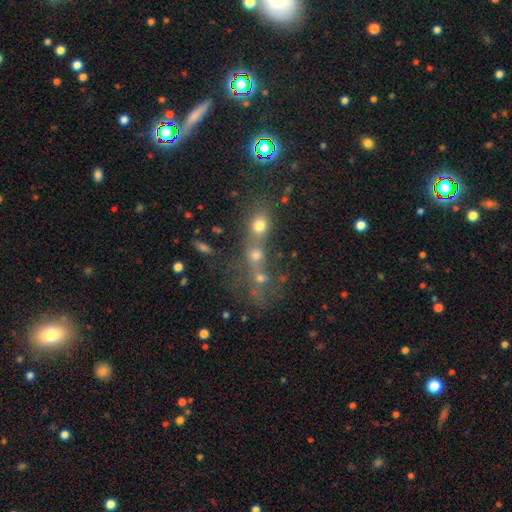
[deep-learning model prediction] Smooth or featured? smooth (57%)
How rounded? round (68%)
Merging? merger (56%)